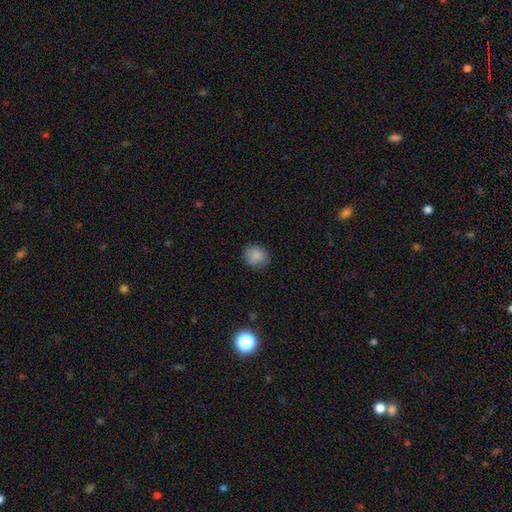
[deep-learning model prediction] The model was most divided on "how rounded": round: 78%, in between: 21%, cigar-shaped: 1%. More confident: smooth or featured — smooth (86%); merging — none (85%).